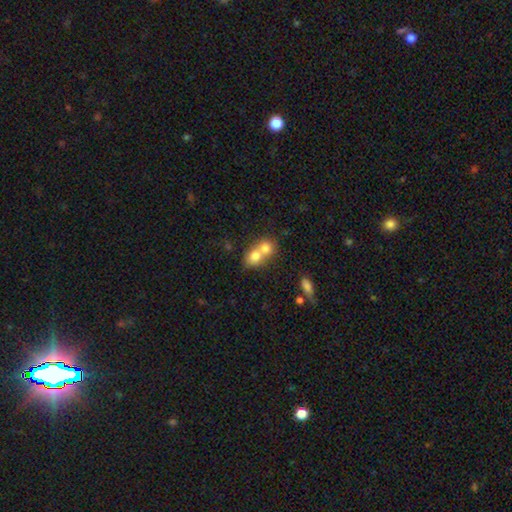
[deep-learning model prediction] Smooth or featured? Predicted: smooth (p=0.74). How rounded? Predicted: round (p=0.53). Merging? Predicted: merger (p=0.73).